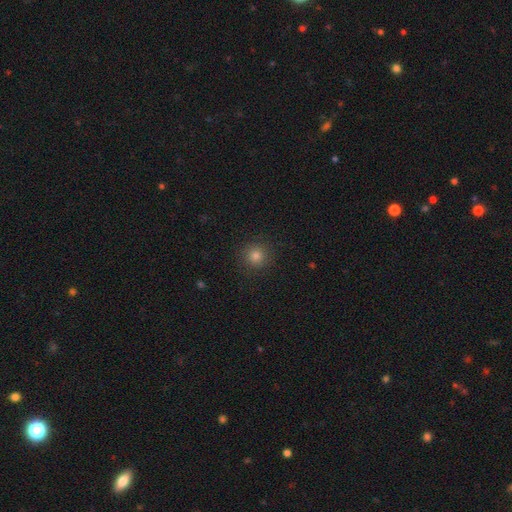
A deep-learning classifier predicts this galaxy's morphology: This appears to be a smooth galaxy with no disk features (78%) that is round (94%). Merging: none (91%).